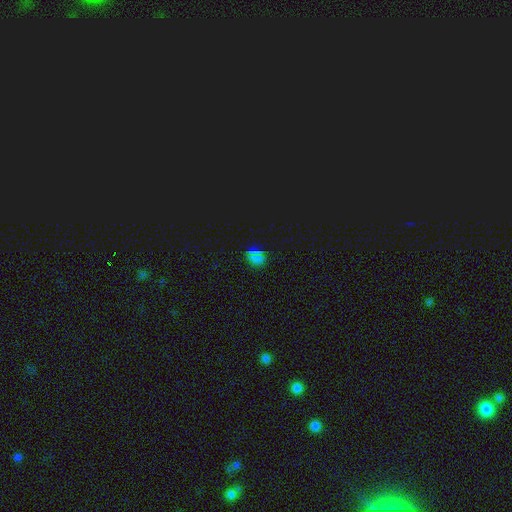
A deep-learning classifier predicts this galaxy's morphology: Smooth or featured?
  - smooth: 53% *
  - star or artifact: 42%
  - featured or disk: 6%
How rounded?
  - round: 62% *
  - in between: 35%
  - cigar-shaped: 3%
Merging?
  - none: 85% *
  - minor disturbance: 9%
  - major disturbance: 3%
  - merger: 2%